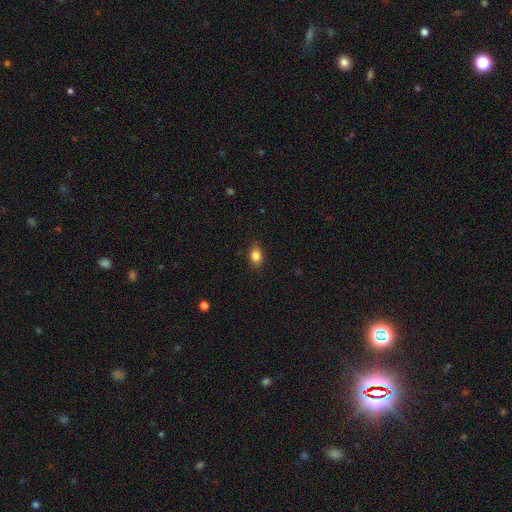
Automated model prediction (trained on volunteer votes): This appears to be a smooth galaxy with no disk features (84%) that is in between round and cigar-shaped (76%). Merging: none (85%).